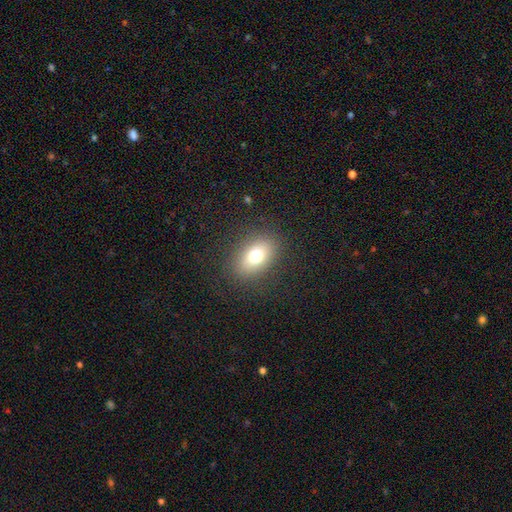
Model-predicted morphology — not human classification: Q: Smooth or featured?
A: smooth (73%); runner-up: featured or disk (15%)
Q: How rounded?
A: in between (77%); runner-up: round (21%)
Q: Merging?
A: none (85%); runner-up: minor disturbance (9%)